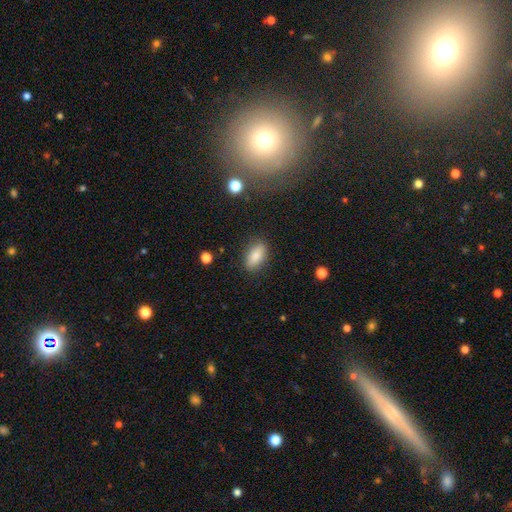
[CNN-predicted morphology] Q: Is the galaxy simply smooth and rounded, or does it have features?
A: smooth — 83%.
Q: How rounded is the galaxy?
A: in between — 83%.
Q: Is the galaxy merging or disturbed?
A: none — 84%.